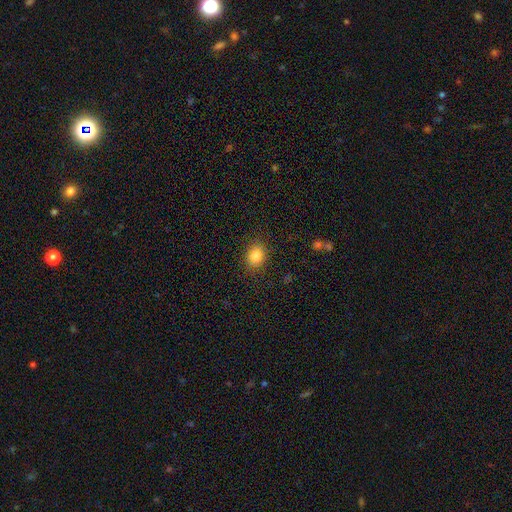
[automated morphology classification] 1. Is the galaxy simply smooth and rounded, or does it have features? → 86% smooth, 9% star or artifact, 5% featured or disk.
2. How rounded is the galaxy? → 54% in between, 45% round, 1% cigar-shaped.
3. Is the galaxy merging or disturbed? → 86% none, 9% minor disturbance, 3% major disturbance, 1% merger.